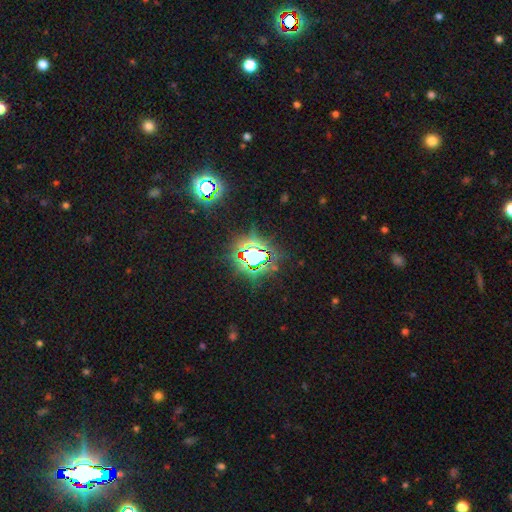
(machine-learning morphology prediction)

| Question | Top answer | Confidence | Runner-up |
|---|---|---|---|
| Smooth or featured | star or artifact | 79% | smooth (12%) |